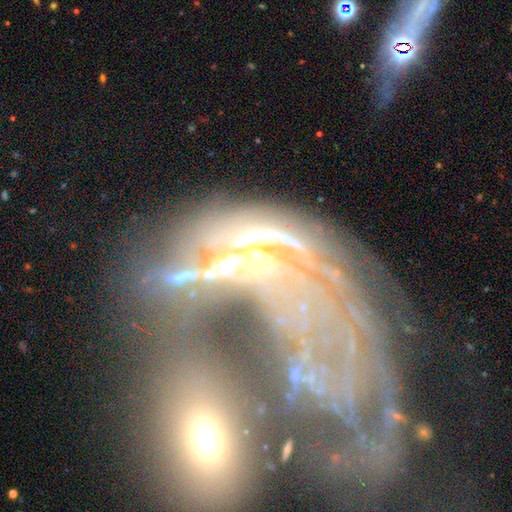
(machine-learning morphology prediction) This appears to be a featured or disk galaxy (61%) with no bar (70%), no spiral arms (56%) and no central bulge (34%, tied with small). Merging: merger (45%).